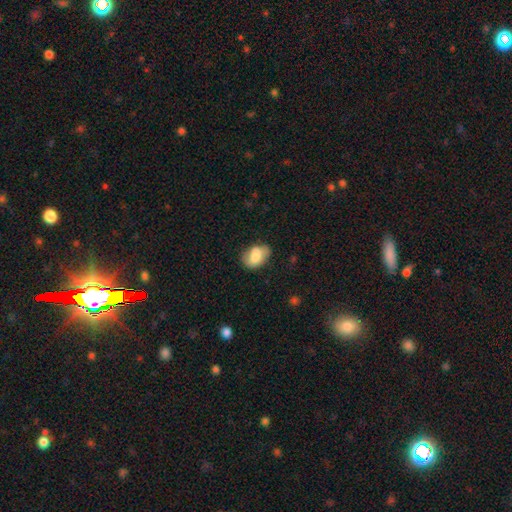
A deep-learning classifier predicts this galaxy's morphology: smooth_or_featured: smooth (p=0.72) [alt: featured or disk p=0.21]
how_rounded: in between (p=0.82) [alt: round p=0.16]
merging: none (p=0.62) [alt: minor disturbance p=0.26]